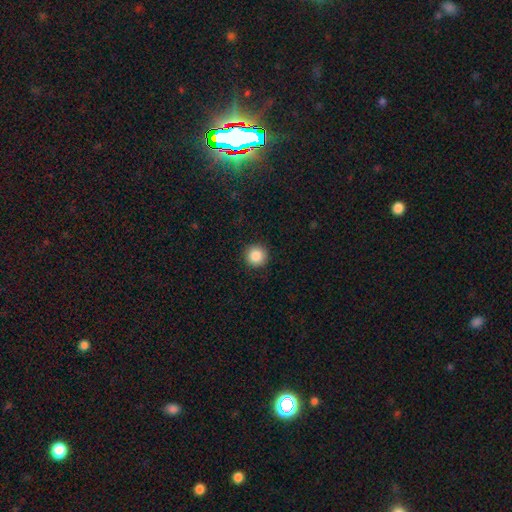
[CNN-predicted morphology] This is clearly a smooth galaxy (88%). How rounded: clearly round (96%). Merging: clearly none (92%).